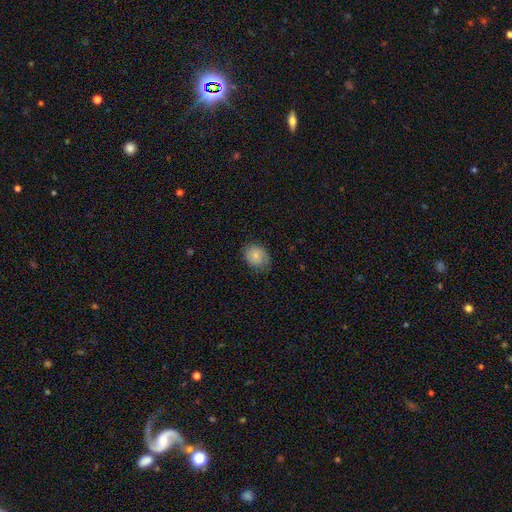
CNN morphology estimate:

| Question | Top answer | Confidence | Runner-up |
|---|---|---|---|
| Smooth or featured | smooth | 80% | featured or disk (12%) |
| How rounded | in between | 51% | round (48%) |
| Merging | none | 75% | minor disturbance (20%) |